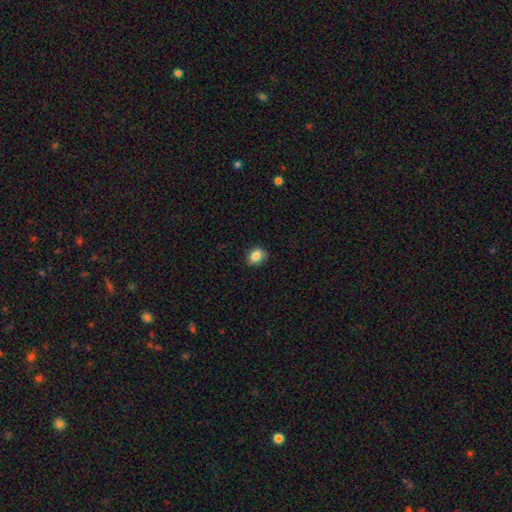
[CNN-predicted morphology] This is clearly a smooth galaxy (84%). How rounded: possibly round (51%). Merging: likely none (74%).